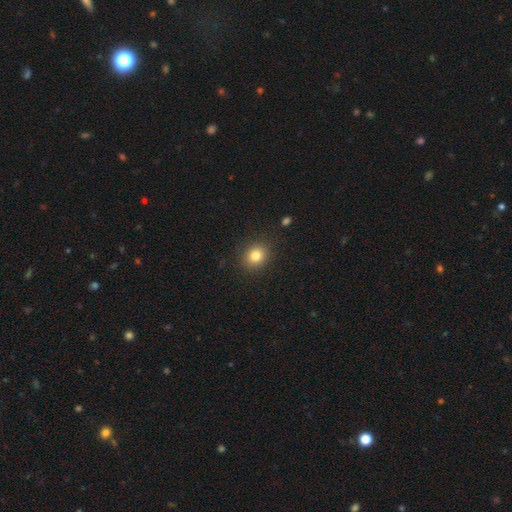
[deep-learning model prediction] The model was most divided on "how rounded": round: 73%, in between: 26%, cigar-shaped: 1%. More confident: merging — none (88%); smooth or featured — smooth (82%).